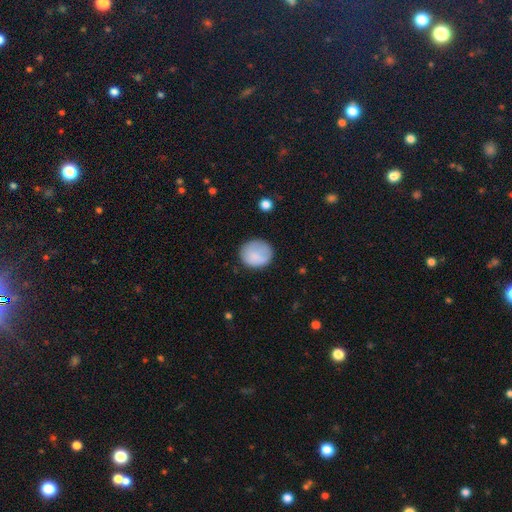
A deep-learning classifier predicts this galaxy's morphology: Smooth or featured? smooth (84%)
How rounded? round (80%)
Merging? none (77%)